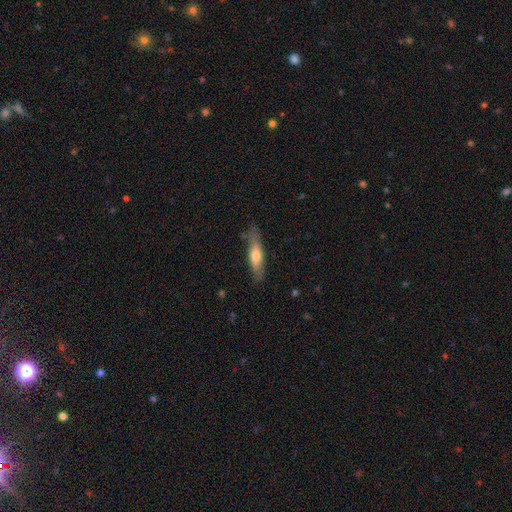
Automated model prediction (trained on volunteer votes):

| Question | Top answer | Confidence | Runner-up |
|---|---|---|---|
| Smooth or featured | smooth | 55% | featured or disk (39%) |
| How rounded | cigar-shaped | 72% | in between (26%) |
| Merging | none | 79% | minor disturbance (16%) |